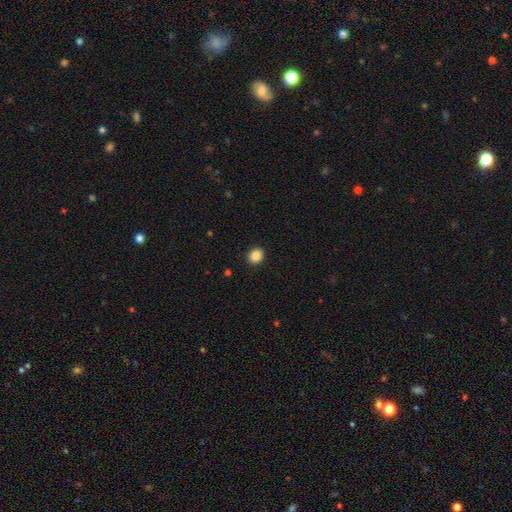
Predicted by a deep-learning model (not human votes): Smooth or featured?
  - smooth: 87% *
  - star or artifact: 10%
  - featured or disk: 4%
How rounded?
  - round: 78% *
  - in between: 21%
  - cigar-shaped: 1%
Merging?
  - none: 92% *
  - minor disturbance: 6%
  - major disturbance: 2%
  - merger: 1%